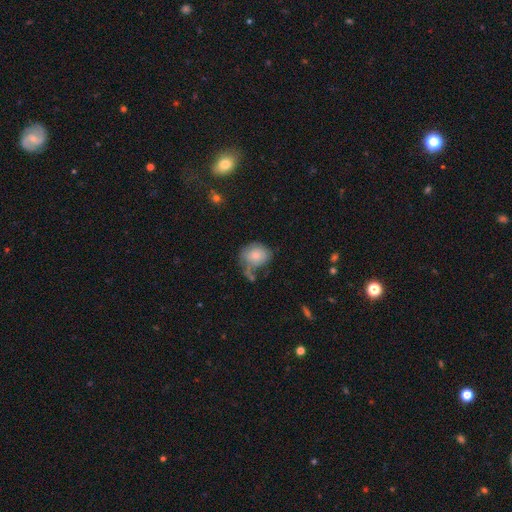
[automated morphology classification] Smooth or featured: smooth — 75% (featured or disk — 17%)
How rounded: round — 55% (in between — 44%)
Merging: none — 40% (minor disturbance — 28%)